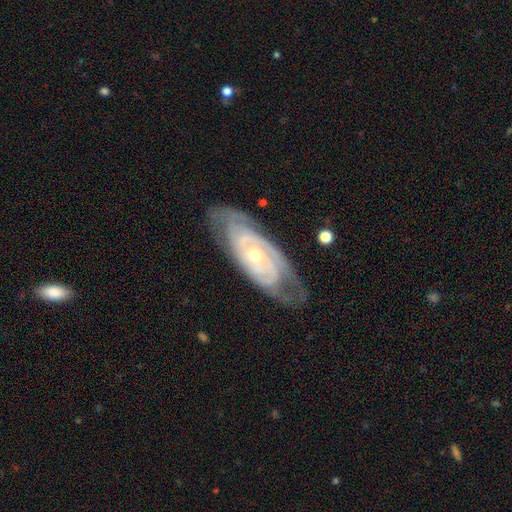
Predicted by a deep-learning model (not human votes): Smooth or featured? featured or disk (87%)
Edge-on disk? no (92%)
Bar? no (72%)
Spiral arms? yes (95%)
Spiral winding? tight (73%)
Spiral arm count? 2 (40%)
Bulge size? small (51%)
Merging? none (70%)